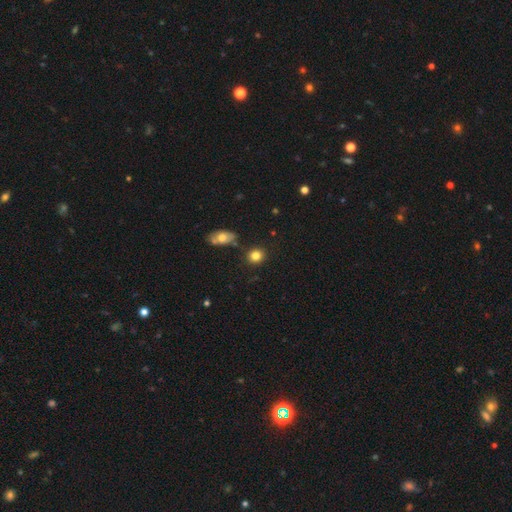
This appears to be a smooth galaxy with no disk features (92%) that is round (78%). Merging: none (62%).